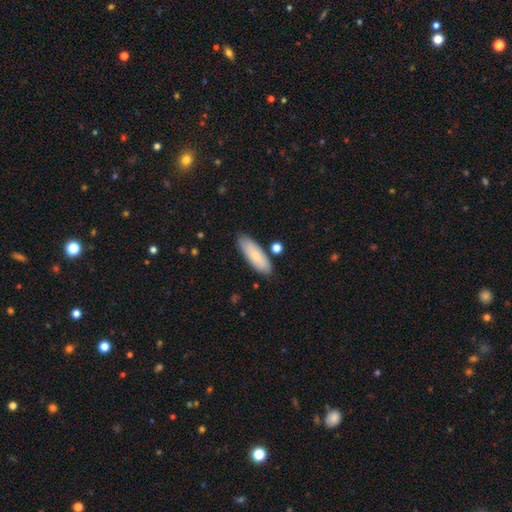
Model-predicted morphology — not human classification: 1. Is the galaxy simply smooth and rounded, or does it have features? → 76% smooth, 18% featured or disk, 6% star or artifact.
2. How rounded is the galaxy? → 58% in between, 40% cigar-shaped, 2% round.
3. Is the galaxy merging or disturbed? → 82% none, 12% minor disturbance, 3% merger, 2% major disturbance.